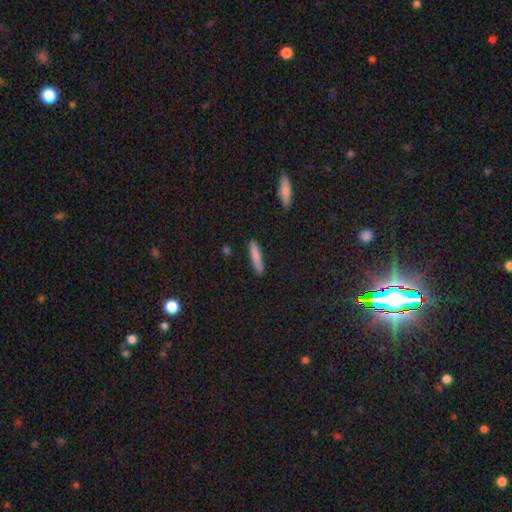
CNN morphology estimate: smooth_or_featured: smooth (p=0.82) [alt: featured or disk p=0.12]
how_rounded: cigar-shaped (p=0.86) [alt: in between p=0.13]
merging: none (p=0.86) [alt: minor disturbance p=0.10]